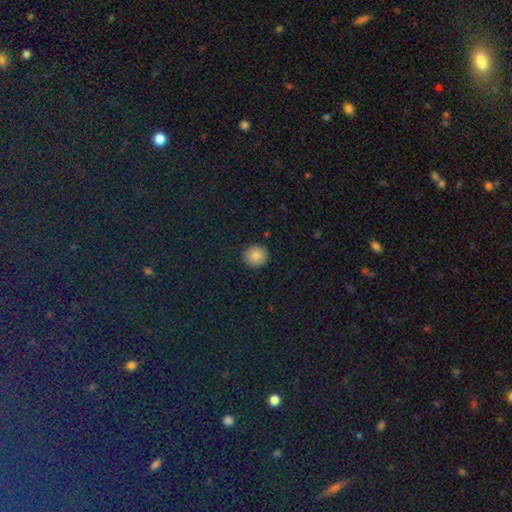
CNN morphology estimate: smooth-or-featured: smooth: 85% | star or artifact: 10% | featured or disk: 5%
  how-rounded: round: 91% | in between: 8% | cigar-shaped: 1%
  merging: none: 91% | minor disturbance: 6% | major disturbance: 2% | merger: 1%